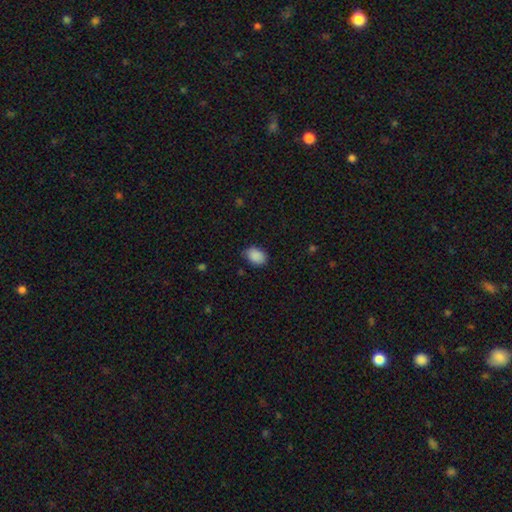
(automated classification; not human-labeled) This appears to be a smooth galaxy with no disk features (89%) that is in between round and cigar-shaped (75%). Merging: none (76%).